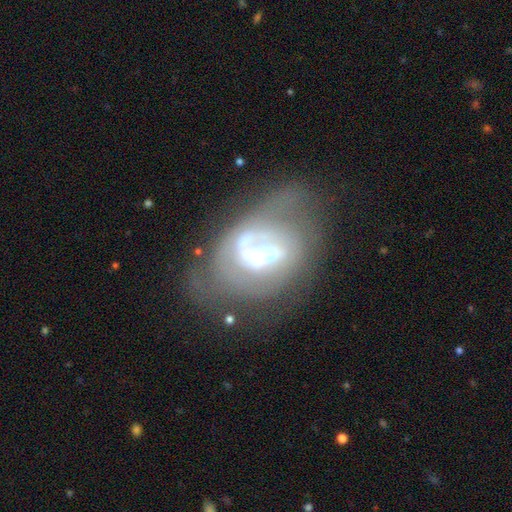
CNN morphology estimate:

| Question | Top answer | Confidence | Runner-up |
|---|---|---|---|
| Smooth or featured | featured or disk | 71% | smooth (19%) |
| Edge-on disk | no | 89% | yes (11%) |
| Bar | strong | 59% | weak (25%) |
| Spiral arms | yes | 52% | no (48%) |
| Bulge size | moderate | 48% | large (24%) |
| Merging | none | 37% | tied: major disturbance (37%) |